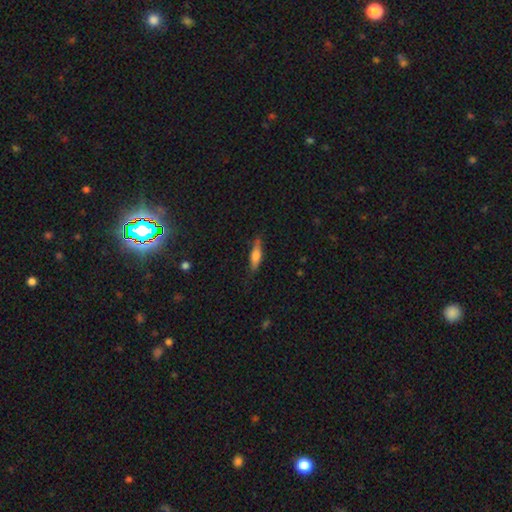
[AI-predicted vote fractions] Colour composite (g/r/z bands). It shows a smooth galaxy with no disk features (64%) that is cigar-shaped (67%). Merging: none (78%).